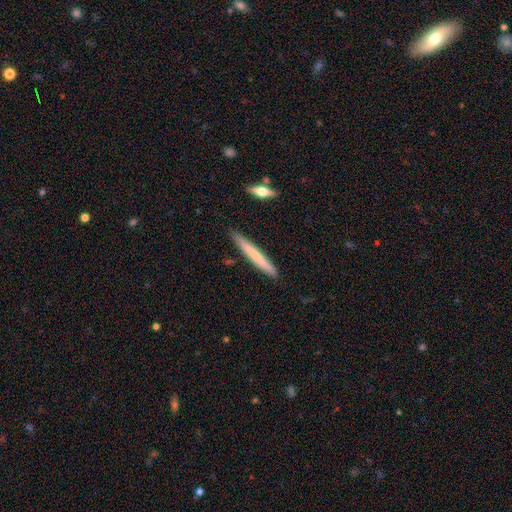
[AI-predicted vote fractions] smooth_or_featured: smooth (p=0.68) [alt: featured or disk p=0.26]
how_rounded: cigar-shaped (p=0.96) [alt: in between p=0.03]
merging: none (p=0.89) [alt: minor disturbance p=0.08]